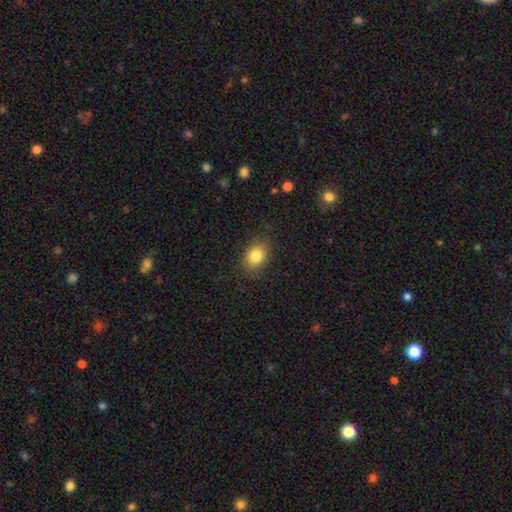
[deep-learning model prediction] The model was most divided on "how rounded": in between: 66%, round: 33%, cigar-shaped: 1%. More confident: merging — none (86%); smooth or featured — smooth (84%).